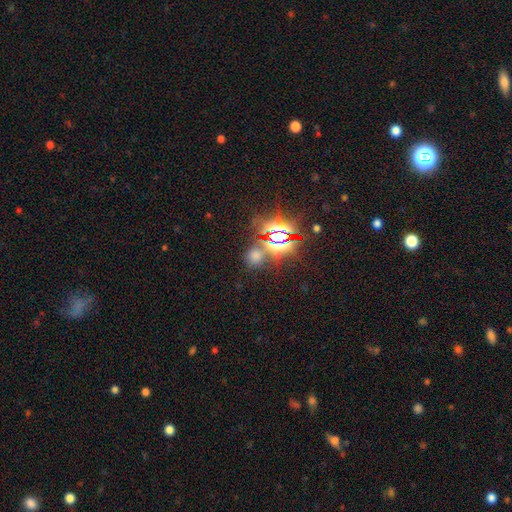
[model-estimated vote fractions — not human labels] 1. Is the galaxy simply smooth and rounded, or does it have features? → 50% star or artifact, 43% smooth, 7% featured or disk.